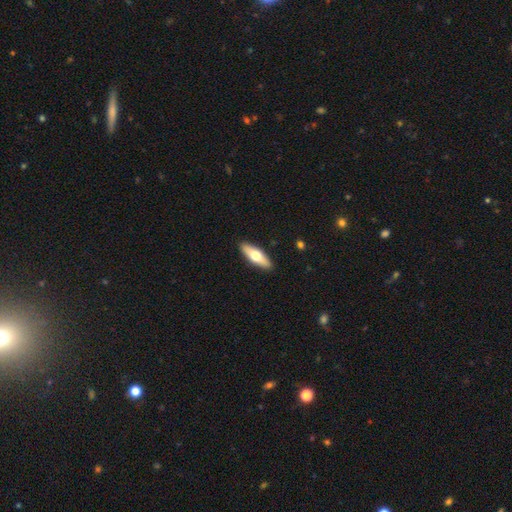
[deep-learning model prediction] A smooth galaxy with no disk features (56%) that is in between round and cigar-shaped (54%).

Vote fractions:
- Smooth or featured? smooth: 56% / featured or disk: 39% / star or artifact: 5%
- How rounded? in between: 54% / cigar-shaped: 44% / round: 2%
- Merging? none: 90% / minor disturbance: 7% / major disturbance: 2% / merger: 1%